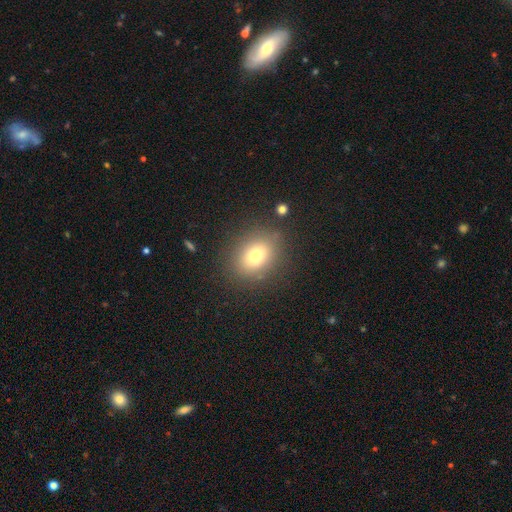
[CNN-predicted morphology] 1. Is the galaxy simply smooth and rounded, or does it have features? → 75% smooth, 13% featured or disk, 12% star or artifact.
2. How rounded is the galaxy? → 59% in between, 39% round, 1% cigar-shaped.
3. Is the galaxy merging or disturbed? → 84% none, 10% minor disturbance, 4% major disturbance, 2% merger.